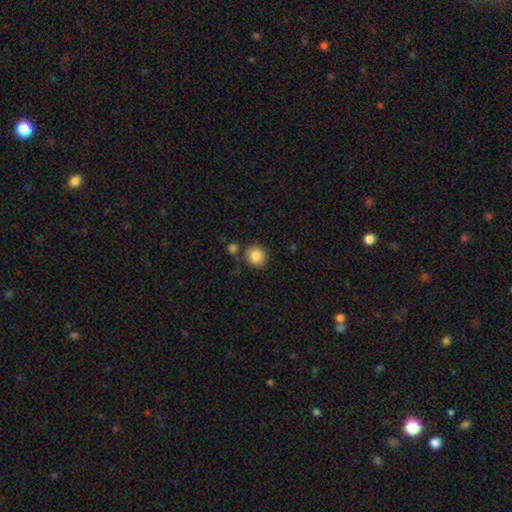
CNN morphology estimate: The model was most divided on "merging": none: 77%, minor disturbance: 10%, merger: 10%, major disturbance: 3%. More confident: smooth or featured — smooth (86%); how rounded — round (84%).